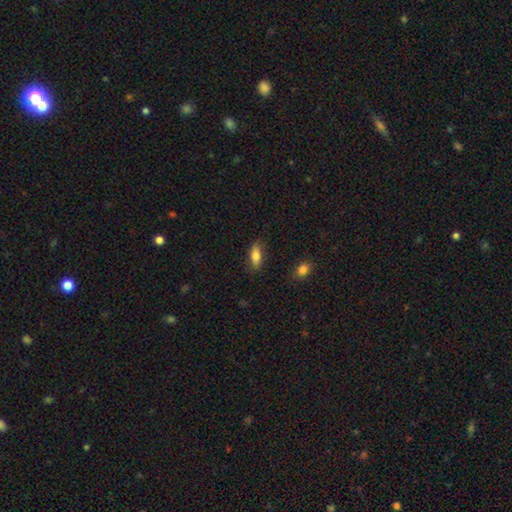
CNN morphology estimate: This appears to be a smooth galaxy with no disk features (79%) that is in between round and cigar-shaped (78%). Merging: none (83%).